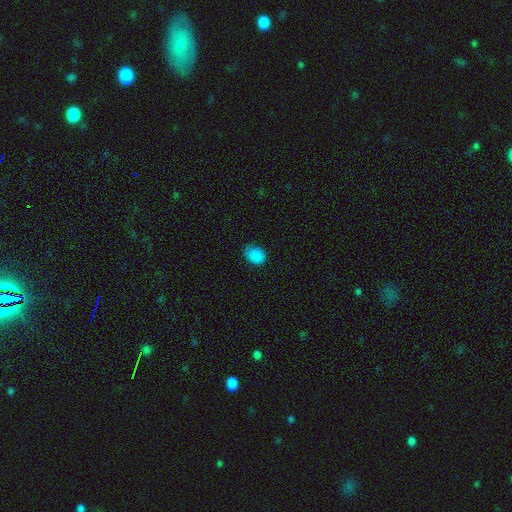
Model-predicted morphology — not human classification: type=smooth (87%); roundness=in between (63%); merging=none (70%).